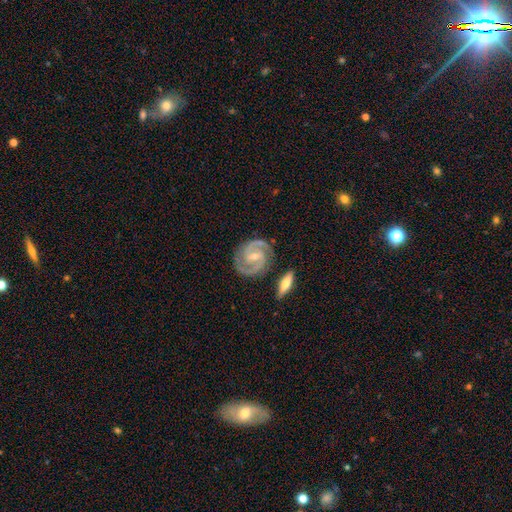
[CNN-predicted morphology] A featured or disk galaxy (91%) with a weak bar (41%), 2 (91%) tight (52%) spiral arms (98%) and a small central bulge (60%). Merging: none (81%).